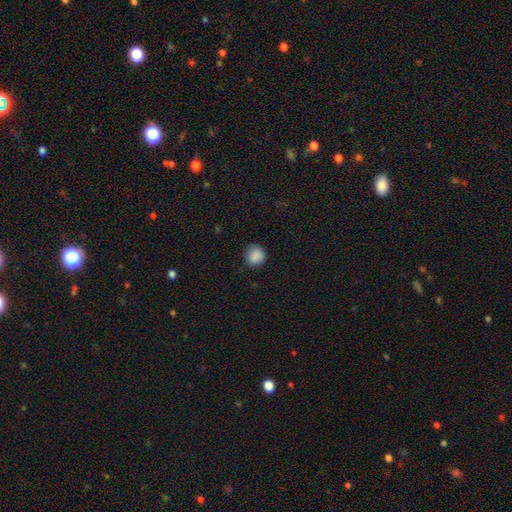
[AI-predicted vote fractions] Smooth or featured? Predicted: smooth (p=0.88). How rounded? Predicted: round (p=0.90). Merging? Predicted: none (p=0.84).